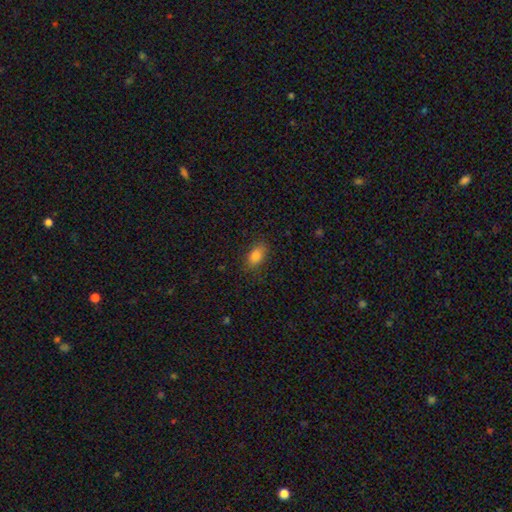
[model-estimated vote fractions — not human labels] This appears to be a smooth galaxy with no disk features (83%) that is in between round and cigar-shaped (85%). Merging: none (82%).